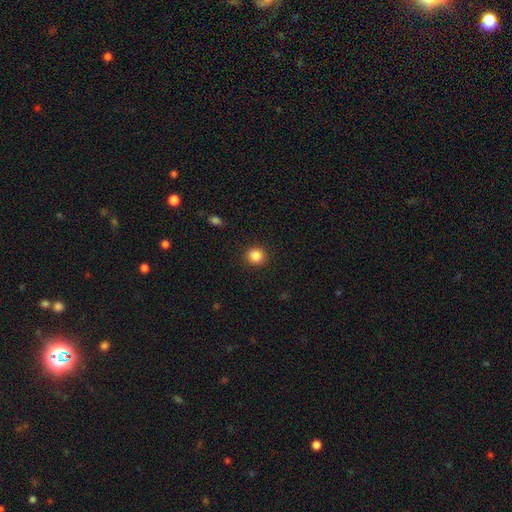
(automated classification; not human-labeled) Smooth or featured? smooth (85%)
How rounded? round (81%)
Merging? none (89%)